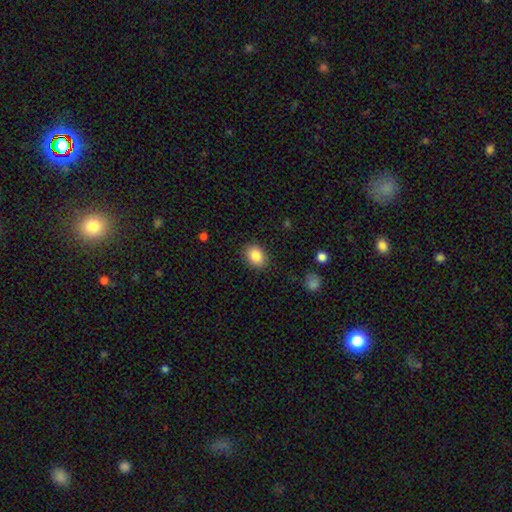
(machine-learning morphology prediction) Q: Smooth or featured?
A: smooth (86%); runner-up: star or artifact (8%)
Q: How rounded?
A: in between (66%); runner-up: round (33%)
Q: Merging?
A: none (87%); runner-up: minor disturbance (9%)